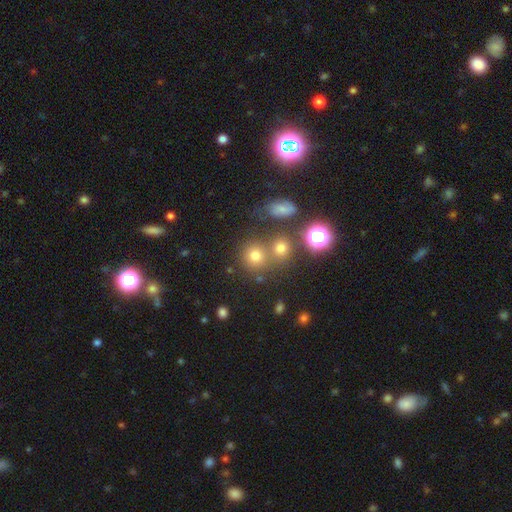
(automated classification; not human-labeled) A smooth galaxy with no disk features (62%) that is round (88%).

Vote fractions:
- Smooth or featured? smooth: 62% / star or artifact: 28% / featured or disk: 10%
- How rounded? round: 88% / in between: 11% / cigar-shaped: 1%
- Merging? none: 66% / merger: 21% / minor disturbance: 9% / major disturbance: 4%